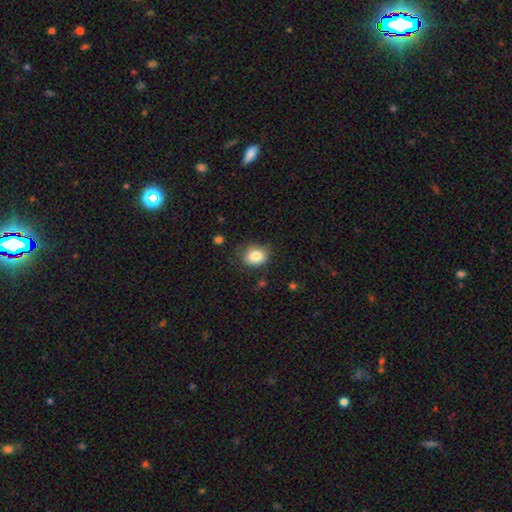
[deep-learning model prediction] Smooth or featured? smooth (82%)
How rounded? round (56%)
Merging? none (70%)